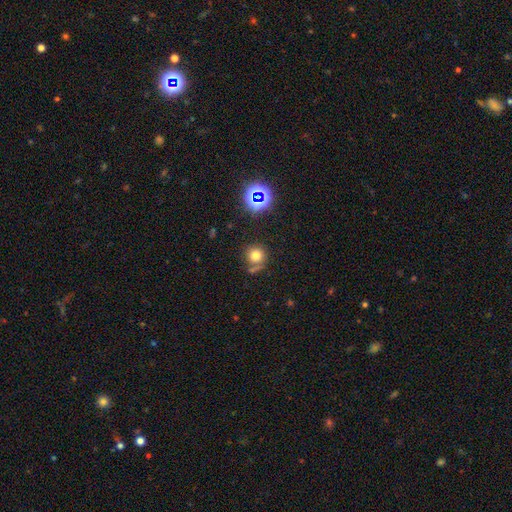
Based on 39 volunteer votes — Overall: smooth (77%). How rounded: round (83%). Merging: none (63%).